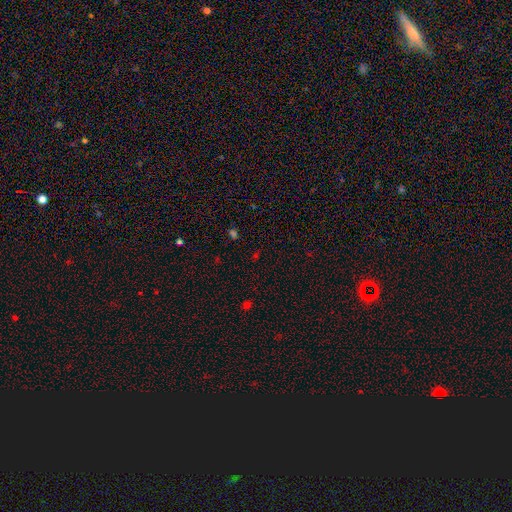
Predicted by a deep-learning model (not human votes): Morphology: type=star or artifact (53%).